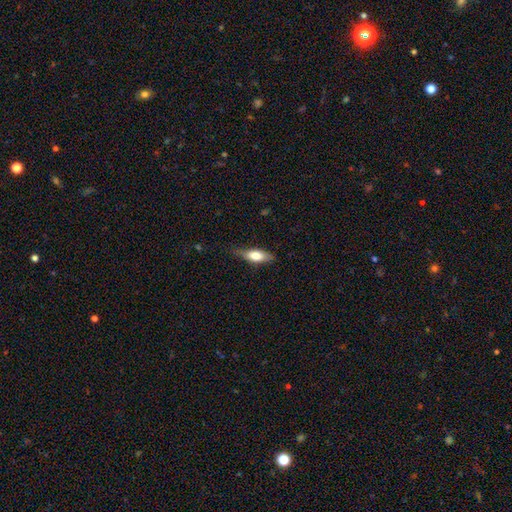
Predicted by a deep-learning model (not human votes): Smooth or featured? smooth (67%)
How rounded? in between (67%)
Merging? none (69%)